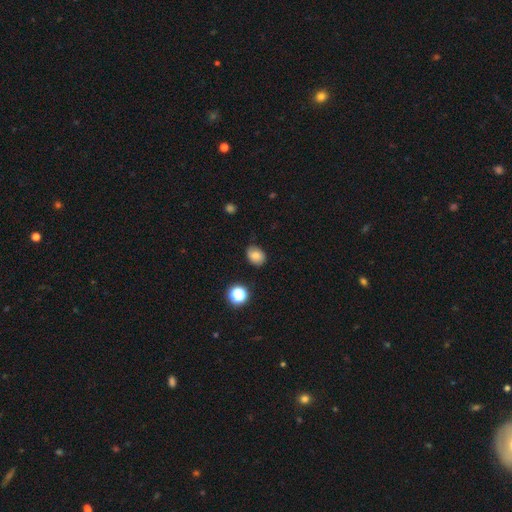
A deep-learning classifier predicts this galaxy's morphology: A smooth galaxy with no disk features (78%) that is in between round and cigar-shaped (58%).

Vote fractions:
- Smooth or featured? smooth: 78% / star or artifact: 12% / featured or disk: 10%
- How rounded? in between: 58% / round: 41% / cigar-shaped: 1%
- Merging? none: 78% / minor disturbance: 17% / major disturbance: 3% / merger: 2%